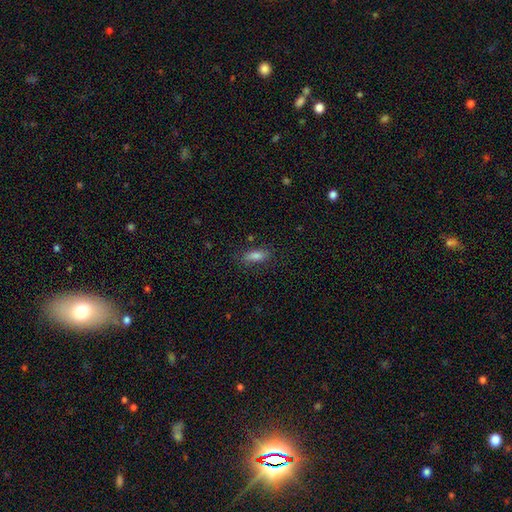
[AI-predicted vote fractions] Smooth or featured? Predicted: smooth (p=0.78). How rounded? Predicted: in between (p=0.70). Merging? Predicted: none (p=0.81).